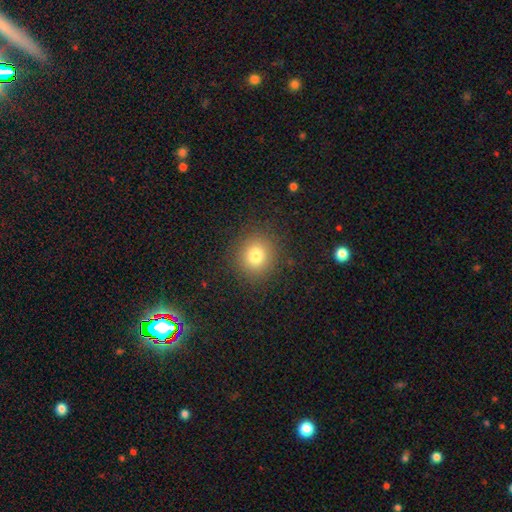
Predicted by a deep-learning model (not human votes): Smooth or featured? Predicted: smooth (p=0.79). How rounded? Predicted: round (p=0.87). Merging? Predicted: none (p=0.89).